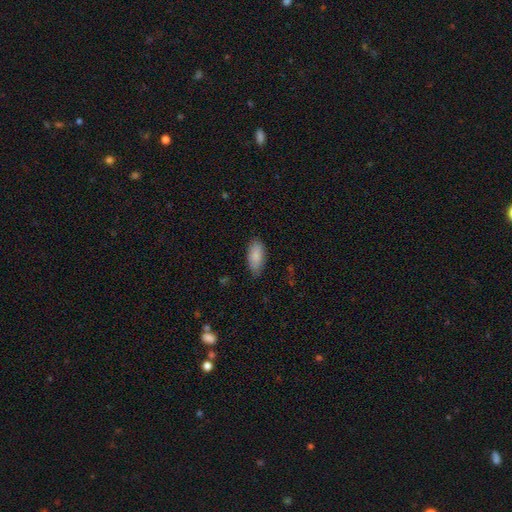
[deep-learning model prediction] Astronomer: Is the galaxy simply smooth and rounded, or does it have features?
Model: smooth — 87%.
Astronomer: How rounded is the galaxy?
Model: in between — 88%.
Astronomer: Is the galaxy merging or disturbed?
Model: none — 80%.